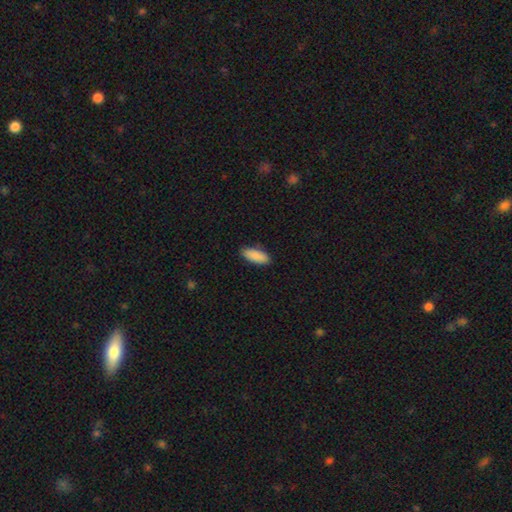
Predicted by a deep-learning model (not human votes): Smooth or featured? smooth (90%)
How rounded? in between (77%)
Merging? none (88%)